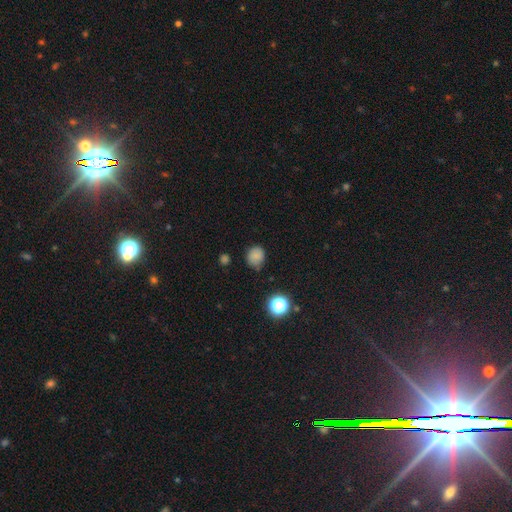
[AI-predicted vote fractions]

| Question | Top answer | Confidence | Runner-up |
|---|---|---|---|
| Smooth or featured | smooth | 78% | star or artifact (14%) |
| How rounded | round | 75% | in between (24%) |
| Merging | none | 69% | minor disturbance (23%) |